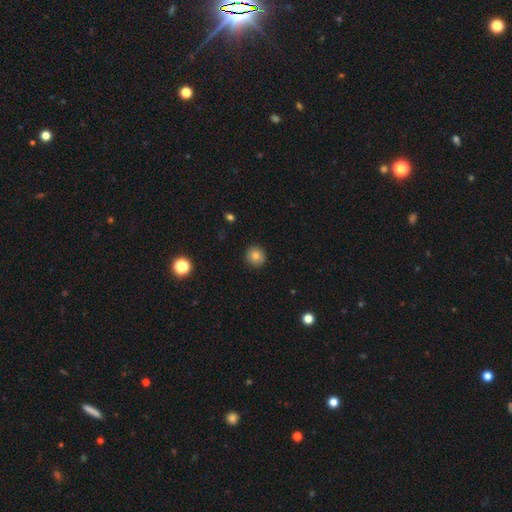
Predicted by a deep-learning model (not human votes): This is likely a smooth galaxy (78%). How rounded: clearly round (94%). Merging: clearly none (91%).